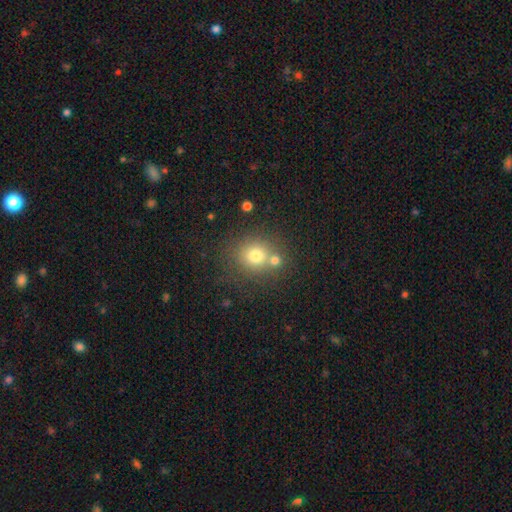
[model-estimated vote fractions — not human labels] Morphology: type=smooth (74%); roundness=round (83%); merging=none (60%).